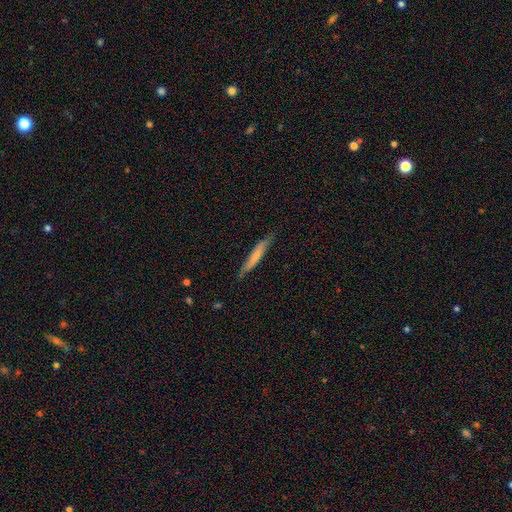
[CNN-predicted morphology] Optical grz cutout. It shows a smooth galaxy with no disk features (65%) that is cigar-shaped (94%). Merging: none (80%).